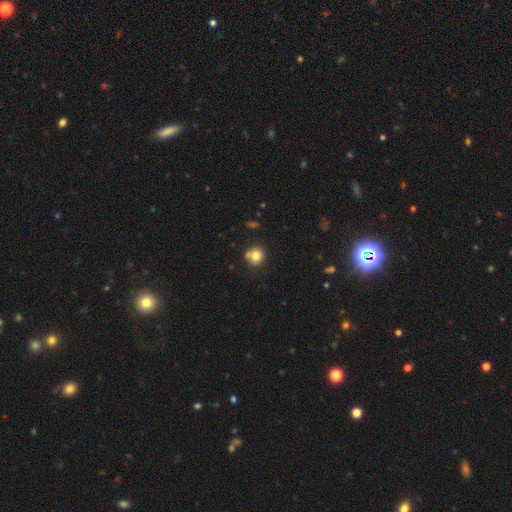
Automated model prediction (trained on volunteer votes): Smooth or featured?
  - smooth: 79% *
  - star or artifact: 11%
  - featured or disk: 10%
How rounded?
  - round: 88% *
  - in between: 11%
  - cigar-shaped: 1%
Merging?
  - none: 68% *
  - minor disturbance: 17%
  - merger: 11%
  - major disturbance: 4%